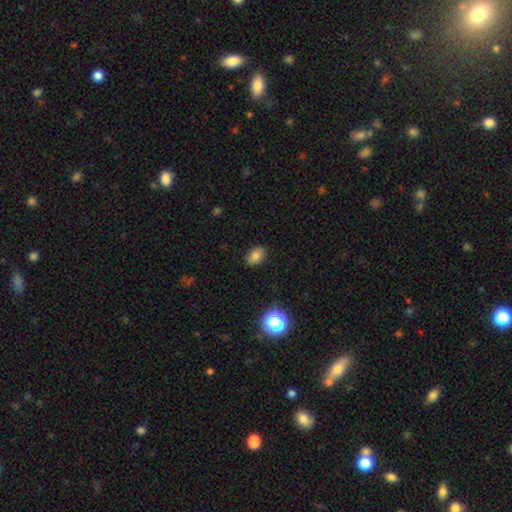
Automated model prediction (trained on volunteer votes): Smooth or featured: smooth — 81% (star or artifact — 13%)
How rounded: in between — 80% (round — 19%)
Merging: none — 87% (minor disturbance — 10%)